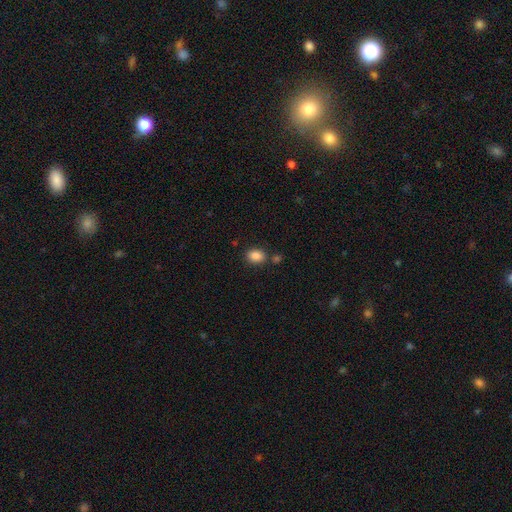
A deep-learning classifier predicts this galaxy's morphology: Q: Smooth or featured?
A: smooth (86%); runner-up: star or artifact (10%)
Q: How rounded?
A: in between (65%); runner-up: round (34%)
Q: Merging?
A: none (75%); runner-up: minor disturbance (11%)